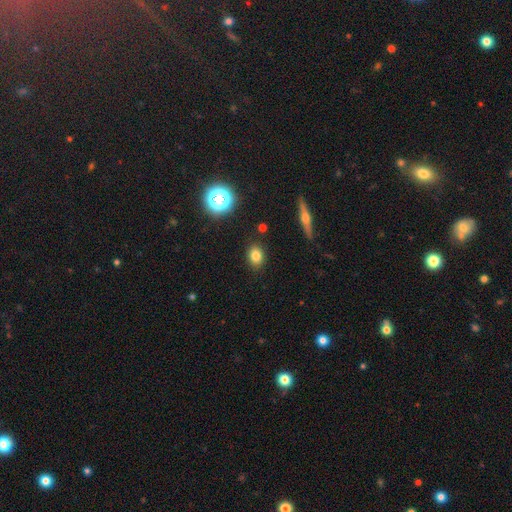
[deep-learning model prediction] Smooth or featured?
  - smooth: 78% *
  - star or artifact: 12%
  - featured or disk: 9%
How rounded?
  - in between: 59% *
  - round: 39%
  - cigar-shaped: 2%
Merging?
  - none: 88% *
  - minor disturbance: 8%
  - major disturbance: 2%
  - merger: 2%